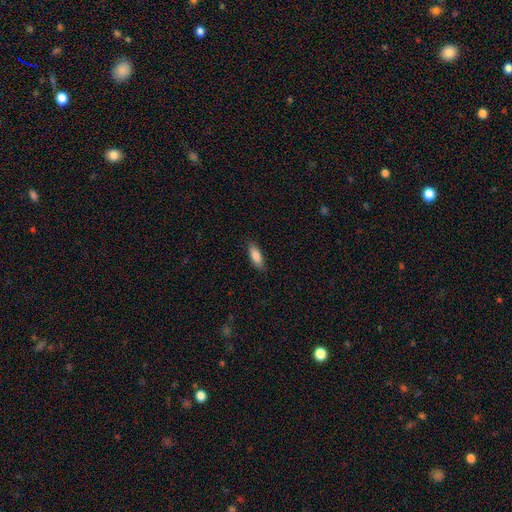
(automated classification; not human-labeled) smooth-or-featured: smooth: 83% | featured or disk: 11% | star or artifact: 6%
  how-rounded: in between: 64% | cigar-shaped: 34% | round: 2%
  merging: none: 85% | minor disturbance: 12% | major disturbance: 2% | merger: 1%